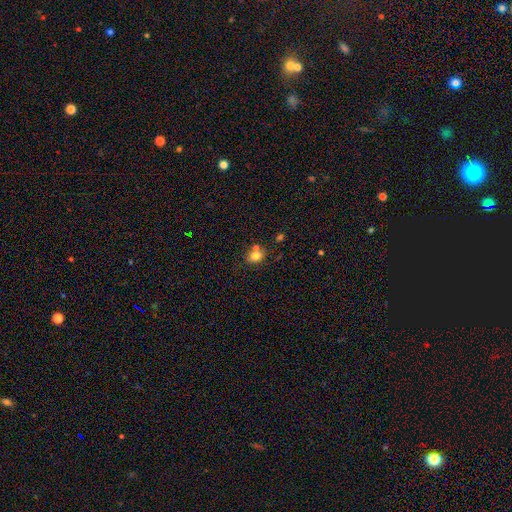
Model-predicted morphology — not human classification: smooth_or_featured: smooth (p=0.78) [alt: star or artifact p=0.13]
how_rounded: round (p=0.53) [alt: in between p=0.46]
merging: none (p=0.59) [alt: merger p=0.23]